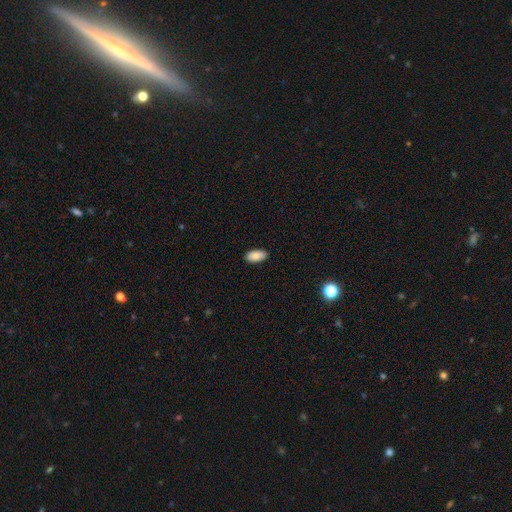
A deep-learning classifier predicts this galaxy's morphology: smooth_or_featured: smooth (p=0.87) [alt: star or artifact p=0.07]
how_rounded: in between (p=0.94) [alt: cigar-shaped p=0.03]
merging: none (p=0.88) [alt: minor disturbance p=0.10]